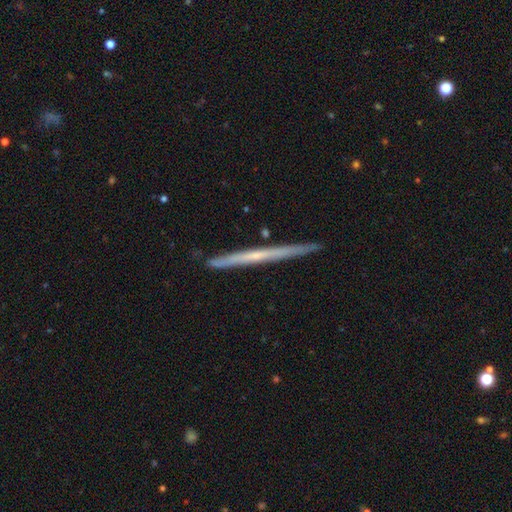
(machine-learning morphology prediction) The model was most divided on "smooth or featured": featured or disk: 61%, smooth: 33%, star or artifact: 6%. More confident: edge-on disk — yes (97%); merging — none (89%); edge-on bulge — none (78%).